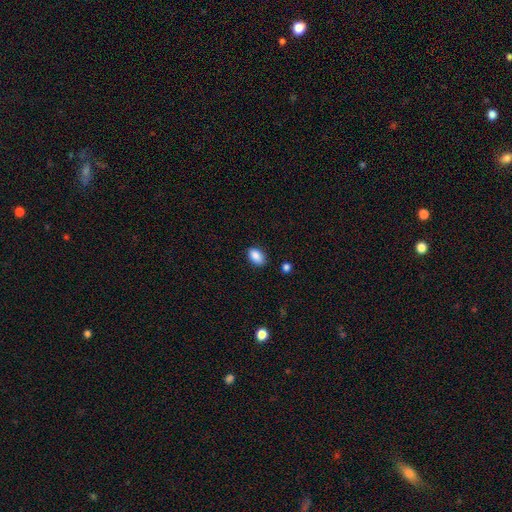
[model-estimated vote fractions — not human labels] Overall: smooth (88%). How rounded: in between (90%). Merging: none (84%).